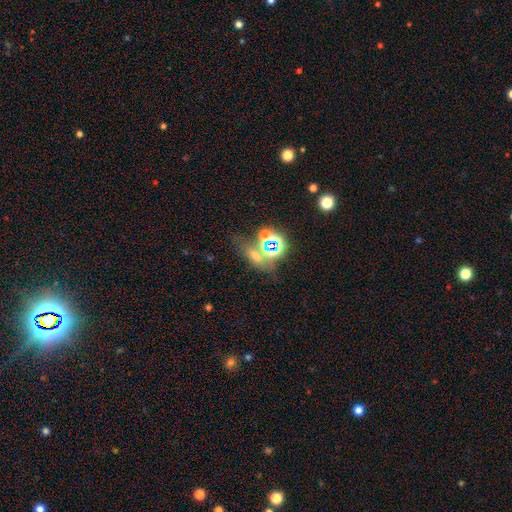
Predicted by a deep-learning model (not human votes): Smooth or featured: star or artifact — 53% (smooth — 31%)